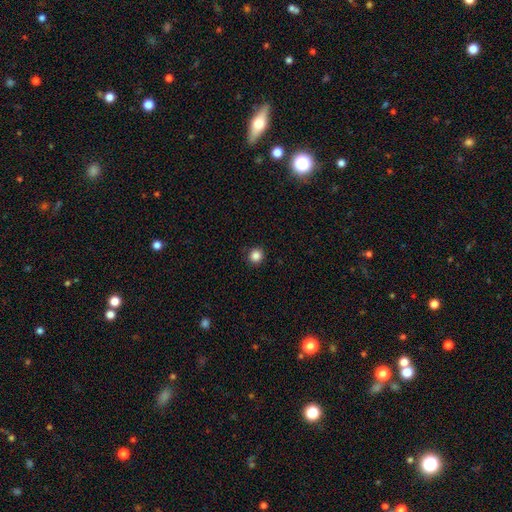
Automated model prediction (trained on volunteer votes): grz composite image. It shows a smooth galaxy with no disk features (86%) that is round (94%). Merging: none (92%).